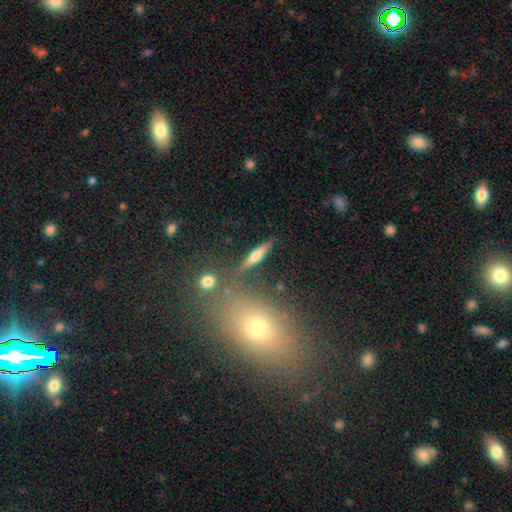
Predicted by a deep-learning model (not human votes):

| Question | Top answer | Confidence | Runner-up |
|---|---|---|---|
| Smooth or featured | smooth | 50% | featured or disk (40%) |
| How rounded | cigar-shaped | 73% | in between (21%) |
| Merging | none | 79% | minor disturbance (11%) |